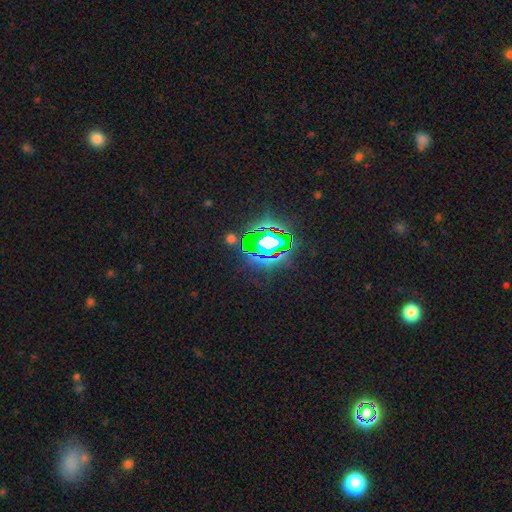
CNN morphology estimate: The model was most divided on "smooth or featured": star or artifact: 83%, smooth: 10%, featured or disk: 7%.